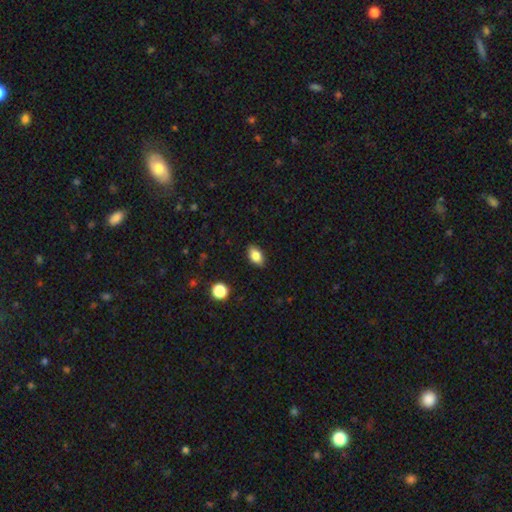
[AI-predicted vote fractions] The model was most divided on "smooth or featured": smooth: 81%, featured or disk: 10%, star or artifact: 9%. More confident: merging — none (87%); how rounded — in between (87%).